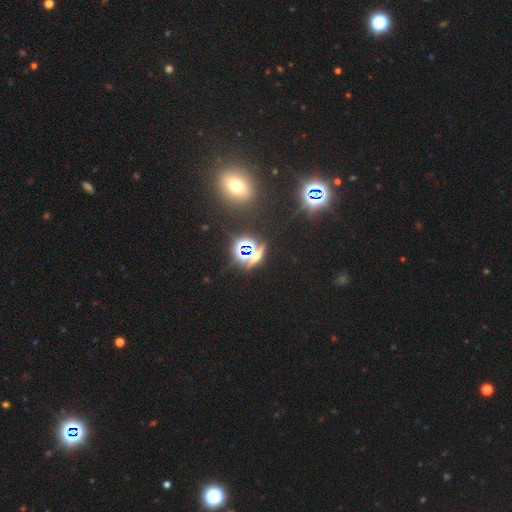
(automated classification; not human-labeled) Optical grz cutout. It shows a star or artifact, not a galaxy (70%).